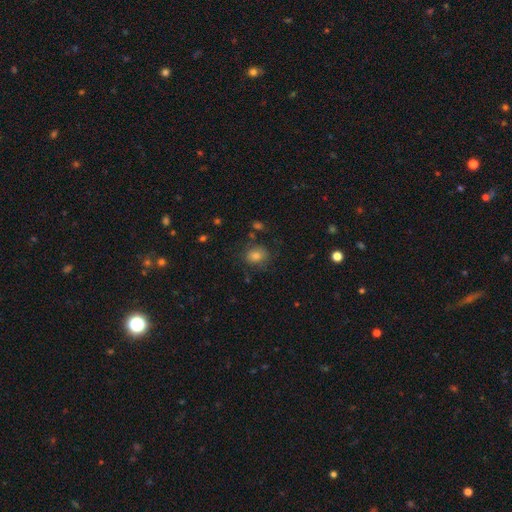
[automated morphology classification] This is likely a smooth galaxy (75%). How rounded: likely round (62%). Merging: likely none (77%).